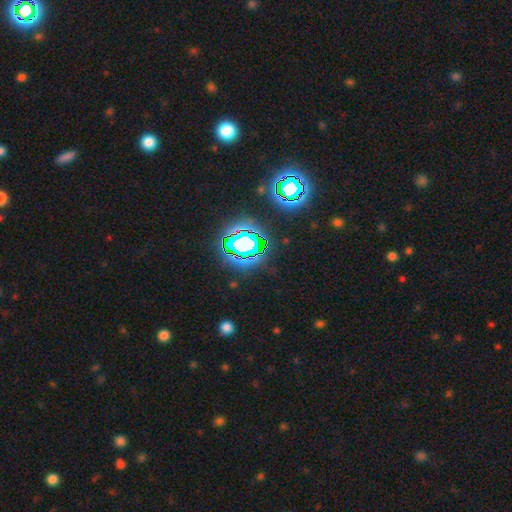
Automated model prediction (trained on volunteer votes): A star or artifact, not a galaxy (82%).

Vote fractions:
- Smooth or featured? star or artifact: 82% / smooth: 11% / featured or disk: 7%